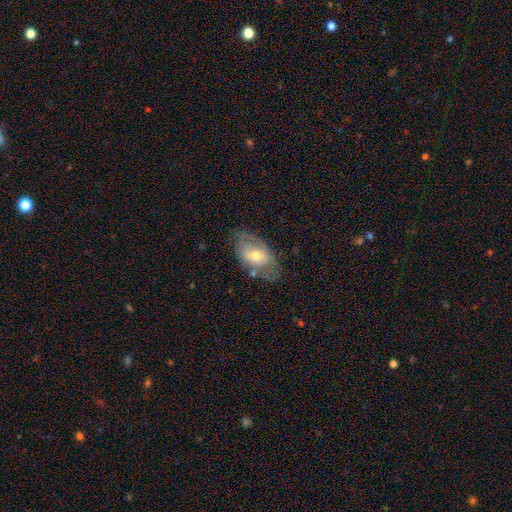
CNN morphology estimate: Q: Smooth or featured?
A: featured or disk (51%); runner-up: smooth (42%)
Q: Edge-on disk?
A: no (90%); runner-up: yes (10%)
Q: Merging?
A: none (64%); runner-up: minor disturbance (22%)